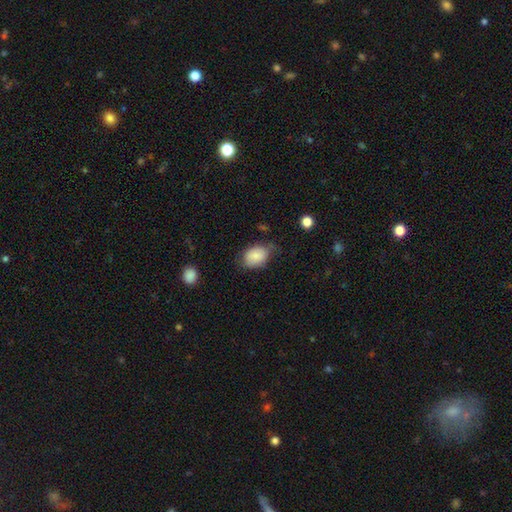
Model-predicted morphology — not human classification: smooth_or_featured: smooth (p=0.83) [alt: featured or disk p=0.09]
how_rounded: in between (p=0.80) [alt: round p=0.19]
merging: none (p=0.57) [alt: minor disturbance p=0.32]